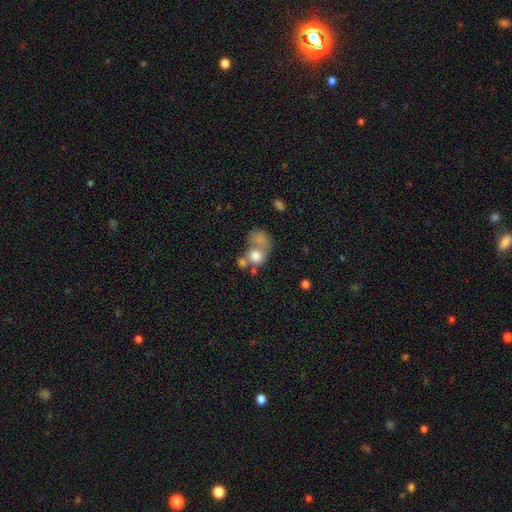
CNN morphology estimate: smooth-or-featured: smooth: 72% | featured or disk: 18% | star or artifact: 10%
  how-rounded: round: 61% | in between: 38% | cigar-shaped: 1%
  merging: merger: 55% | none: 23% | major disturbance: 12% | minor disturbance: 10%